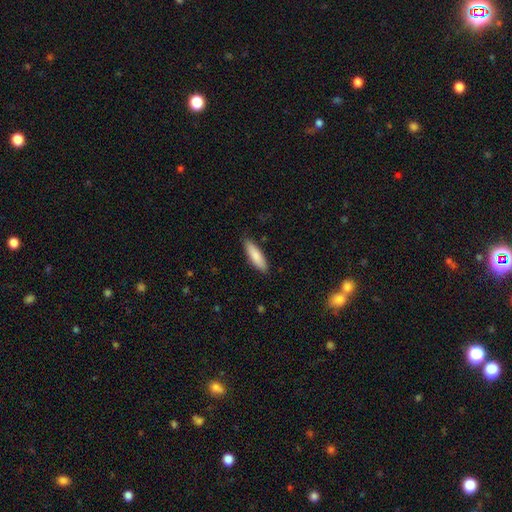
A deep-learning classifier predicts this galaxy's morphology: Q: Smooth or featured?
A: smooth (84%); runner-up: featured or disk (10%)
Q: How rounded?
A: cigar-shaped (59%); runner-up: in between (39%)
Q: Merging?
A: none (87%); runner-up: minor disturbance (10%)